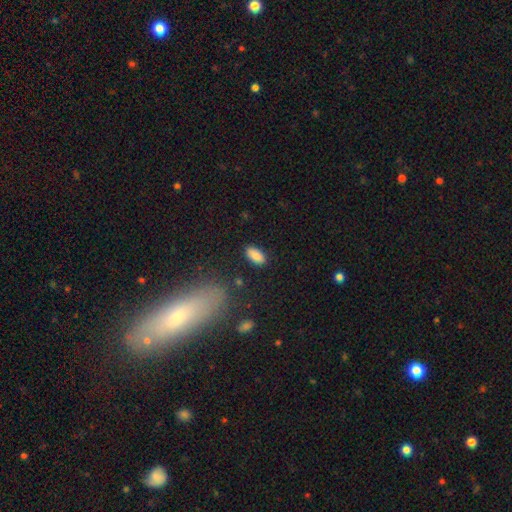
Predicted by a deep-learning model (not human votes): Smooth or featured? Predicted: smooth (p=0.87). How rounded? Predicted: in between (p=0.92). Merging? Predicted: none (p=0.84).